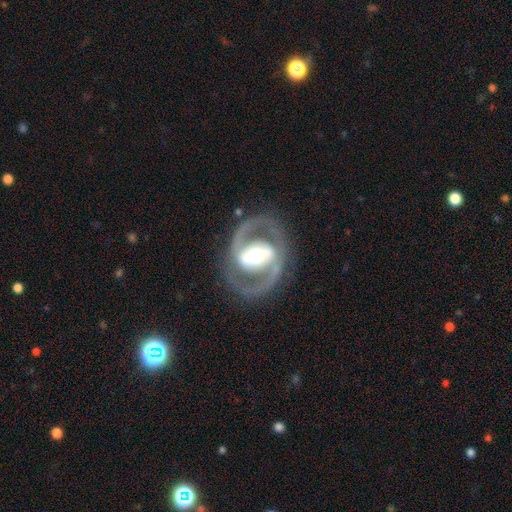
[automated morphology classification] smooth_or_featured: featured or disk (p=0.85) [alt: smooth p=0.10]
disk_edge_on: no (p=0.96) [alt: yes p=0.04]
bar: strong (p=0.46) [alt: weak p=0.29]
has_spiral_arms: yes (p=0.74) [alt: no p=0.26]
spiral_winding: medium (p=0.52) [alt: tight p=0.30]
spiral_arm_count: 2 (p=0.89) [alt: can't tell p=0.05]
bulge_size: moderate (p=0.60) [alt: large p=0.28]
merging: none (p=0.80) [alt: minor disturbance p=0.10]